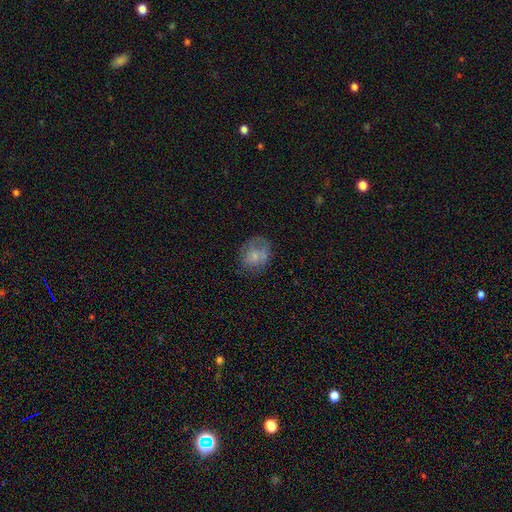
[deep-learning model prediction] Smooth or featured? Predicted: smooth (p=0.61). How rounded? Predicted: round (p=0.54). Merging? Predicted: none (p=0.58).